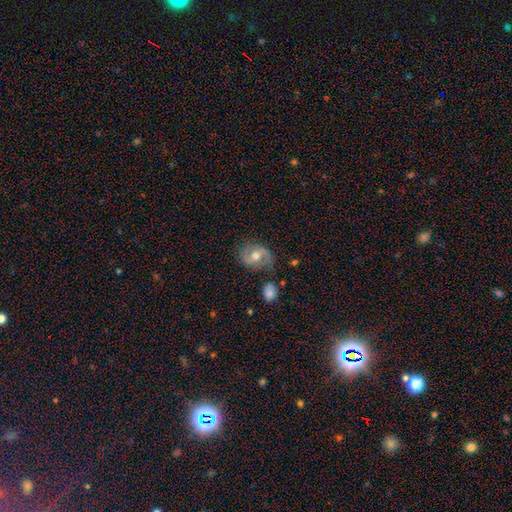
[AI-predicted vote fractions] This is likely a featured or disk galaxy (61%). It is clearly not viewed edge-on (96%). Bar: marginally no (43%, tied with weak). Spiral arm pattern: clearly yes (83%). Central bulge: likely moderate (74%). Merging: likely none (68%).